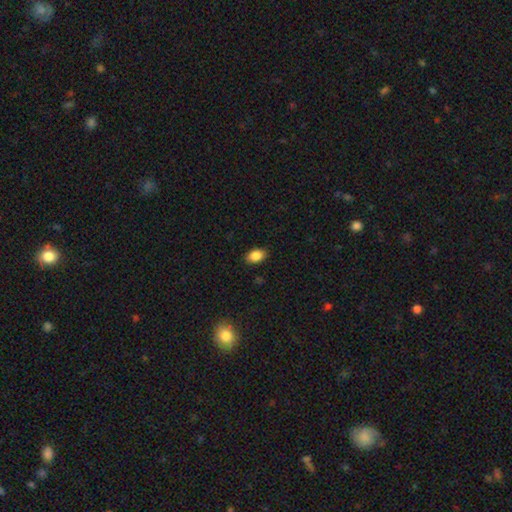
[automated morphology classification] A smooth galaxy with no disk features (87%) that is in between round and cigar-shaped (87%).

Vote fractions:
- Smooth or featured? smooth: 87% / star or artifact: 8% / featured or disk: 5%
- How rounded? in between: 87% / round: 11% / cigar-shaped: 1%
- Merging? none: 88% / minor disturbance: 9% / major disturbance: 2% / merger: 1%